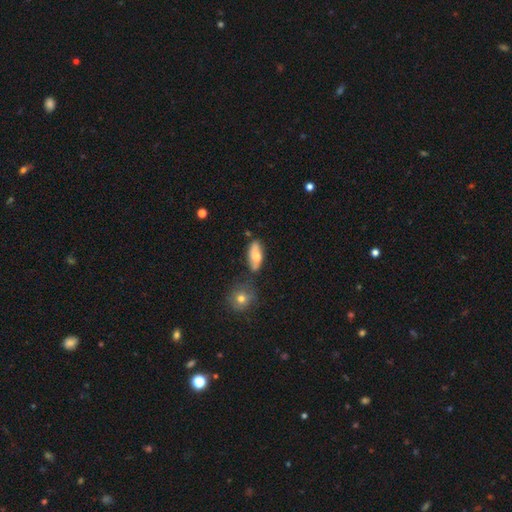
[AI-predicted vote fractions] A smooth galaxy with no disk features (66%) that is in between round and cigar-shaped (83%).

Vote fractions:
- Smooth or featured? smooth: 66% / featured or disk: 26% / star or artifact: 7%
- How rounded? in between: 83% / cigar-shaped: 13% / round: 4%
- Merging? none: 65% / minor disturbance: 19% / merger: 11% / major disturbance: 5%